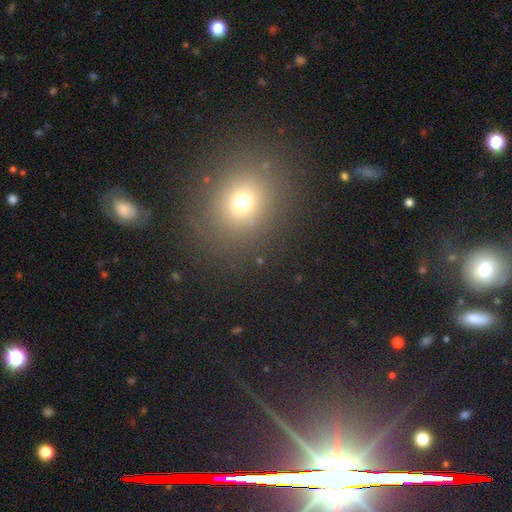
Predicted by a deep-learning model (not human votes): Smooth or featured? Predicted: smooth (p=0.55). How rounded? Predicted: round (p=0.74). Merging? Predicted: none (p=0.88).